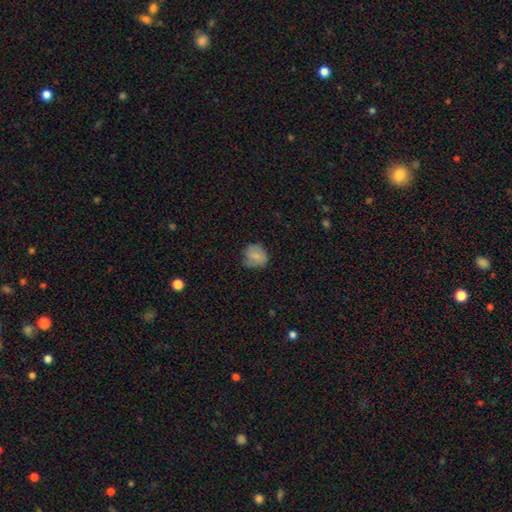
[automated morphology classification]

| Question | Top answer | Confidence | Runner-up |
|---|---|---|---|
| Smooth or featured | smooth | 79% | featured or disk (12%) |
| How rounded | round | 78% | in between (21%) |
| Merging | none | 68% | minor disturbance (24%) |